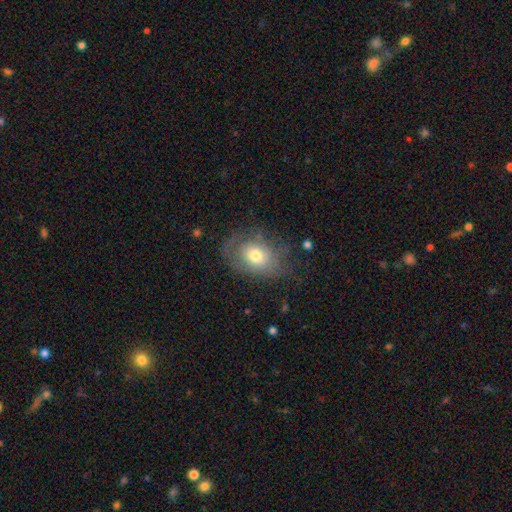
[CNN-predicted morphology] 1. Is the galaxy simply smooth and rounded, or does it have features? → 62% smooth, 28% featured or disk, 10% star or artifact.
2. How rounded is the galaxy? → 64% in between, 35% round, 1% cigar-shaped.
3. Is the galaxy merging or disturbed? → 55% none, 25% minor disturbance, 18% major disturbance, 2% merger.